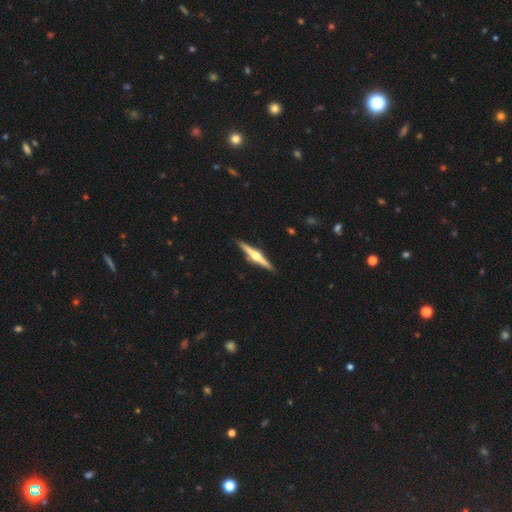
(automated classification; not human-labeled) This appears to be a featured or disk galaxy (80%) viewed edge-on (98%) with a rounded central bulge (94%). Merging: none (91%).